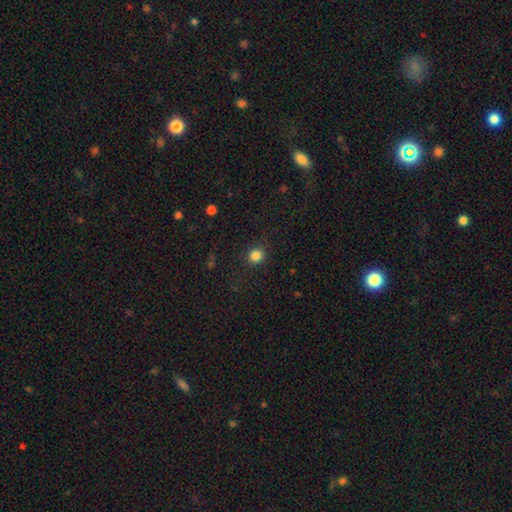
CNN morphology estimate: Smooth or featured: smooth — 84% (star or artifact — 12%)
How rounded: round — 87% (in between — 12%)
Merging: none — 87% (minor disturbance — 8%)